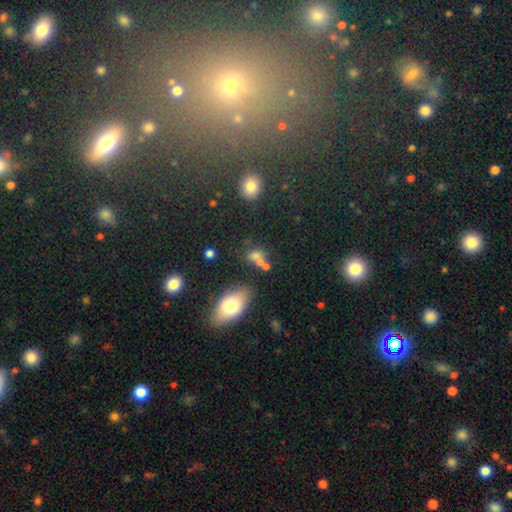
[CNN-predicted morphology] This is likely a smooth galaxy (67%). How rounded: possibly in between (59%). Merging: marginally none (40%).